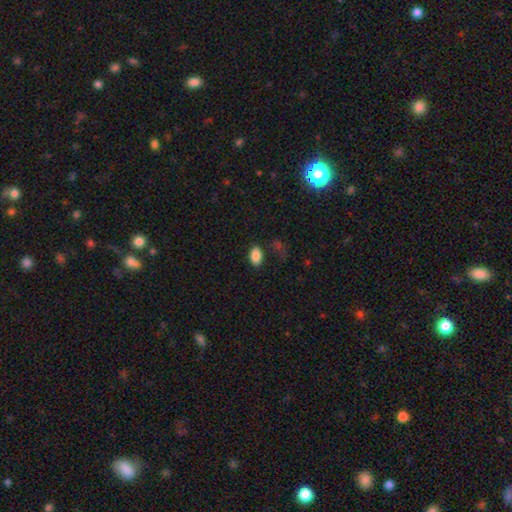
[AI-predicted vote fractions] smooth 86%, star or artifact 9%, featured or disk 5%. Down the decision tree: how rounded — in between (92%); merging — none (81%).